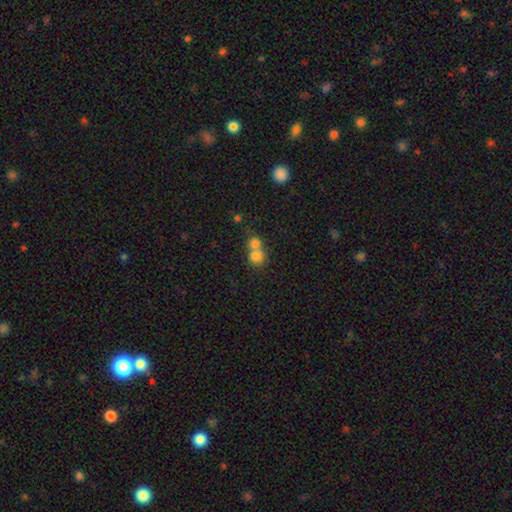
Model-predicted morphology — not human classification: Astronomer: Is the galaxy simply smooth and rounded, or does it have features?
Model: smooth — 77%.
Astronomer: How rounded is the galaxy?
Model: round — 78%.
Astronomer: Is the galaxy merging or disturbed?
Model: merger — 64%.